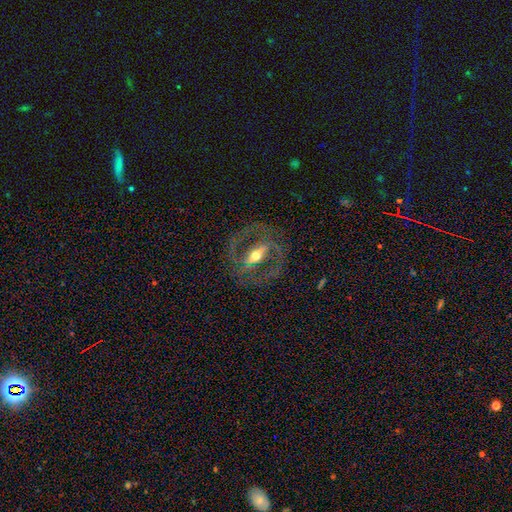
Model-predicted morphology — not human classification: Smooth or featured: featured or disk — 85% (smooth — 10%)
Edge-on disk: no — 88% (yes — 12%)
Bar: strong — 63% (weak — 24%)
Spiral arms: yes — 78% (no — 22%)
Spiral winding: medium — 54% (tight — 27%)
Spiral arm count: 2 — 88% (can't tell — 5%)
Bulge size: moderate — 68% (small — 20%)
Merging: none — 79% (minor disturbance — 11%)